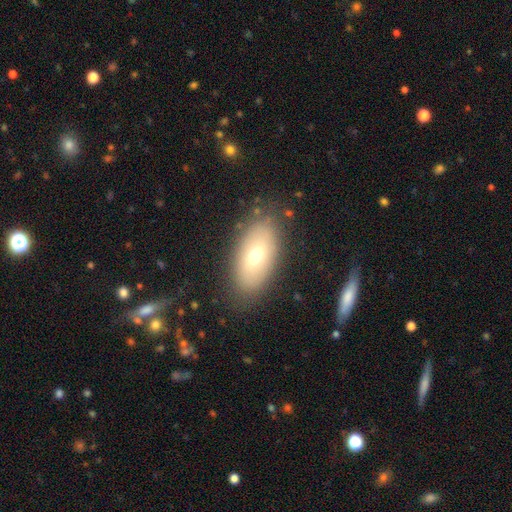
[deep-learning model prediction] A smooth galaxy with no disk features (66%) that is in between round and cigar-shaped (91%). Merging: none (82%).